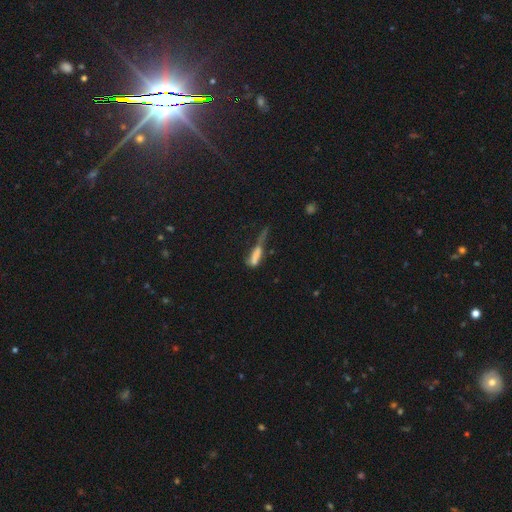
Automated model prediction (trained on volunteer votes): This is likely a smooth galaxy (65%). How rounded: likely cigar-shaped (61%). Merging: possibly major disturbance (46%).